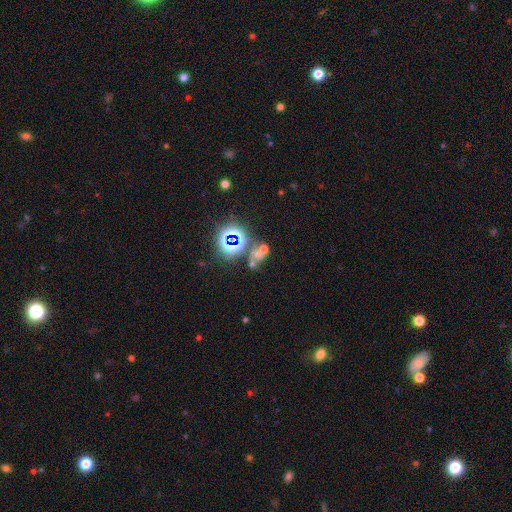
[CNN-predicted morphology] type=star or artifact (45%).